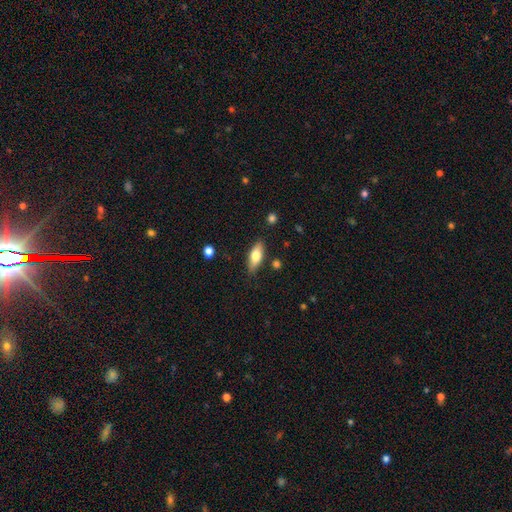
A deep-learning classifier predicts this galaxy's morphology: smooth-or-featured: smooth: 69% | featured or disk: 24% | star or artifact: 7%
  how-rounded: in between: 74% | cigar-shaped: 23% | round: 3%
  merging: none: 83% | minor disturbance: 12% | major disturbance: 3% | merger: 2%